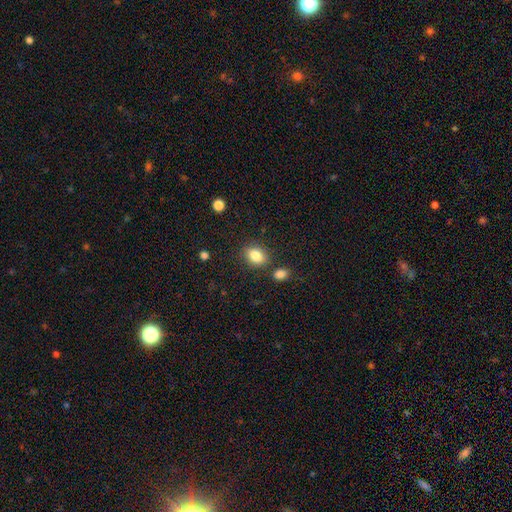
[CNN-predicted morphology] Q: Smooth or featured?
A: smooth (84%); runner-up: star or artifact (9%)
Q: How rounded?
A: in between (66%); runner-up: round (33%)
Q: Merging?
A: none (79%); runner-up: minor disturbance (11%)